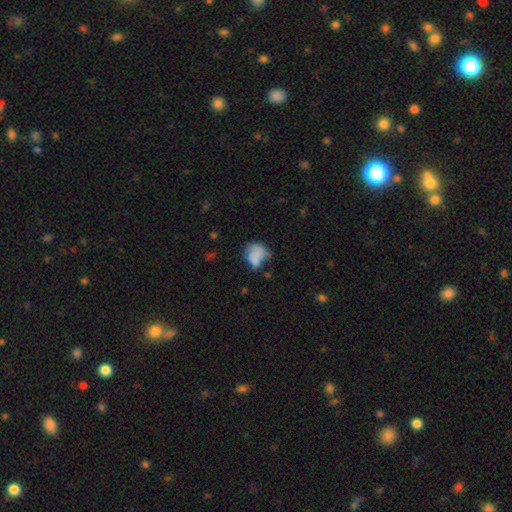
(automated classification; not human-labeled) This appears to be a smooth galaxy with no disk features (75%) that is in between round and cigar-shaped (50%). Merging: none (35%).